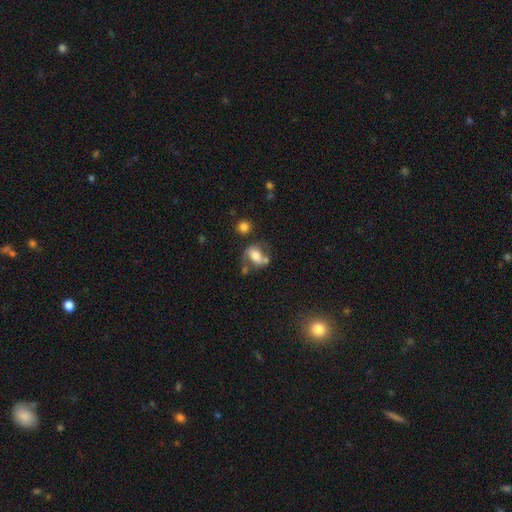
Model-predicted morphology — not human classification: Smooth or featured?
  - smooth: 52% *
  - featured or disk: 38%
  - star or artifact: 10%
How rounded?
  - in between: 74% *
  - round: 22%
  - cigar-shaped: 4%
Merging?
  - none: 44% *
  - minor disturbance: 22%
  - merger: 19%
  - major disturbance: 15%